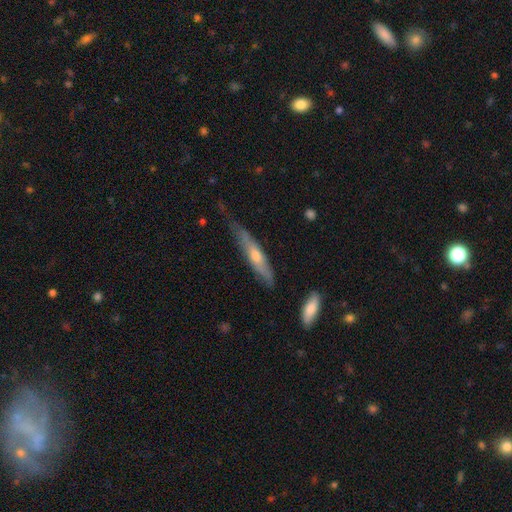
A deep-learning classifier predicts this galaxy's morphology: Smooth or featured? Predicted: featured or disk (p=0.50). Edge-on disk? Predicted: yes (p=0.83). Merging? Predicted: none (p=0.55).